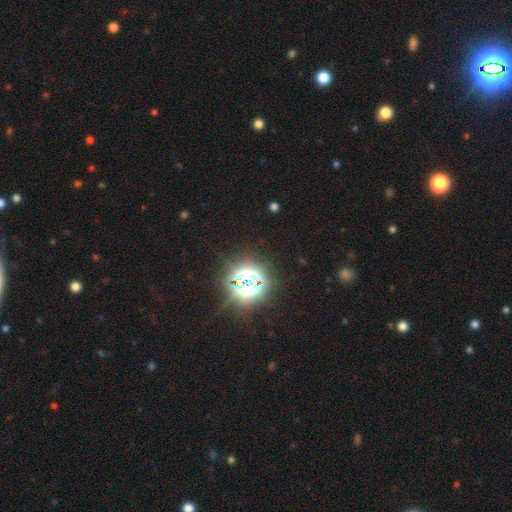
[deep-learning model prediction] Morphology: type=star or artifact (84%).